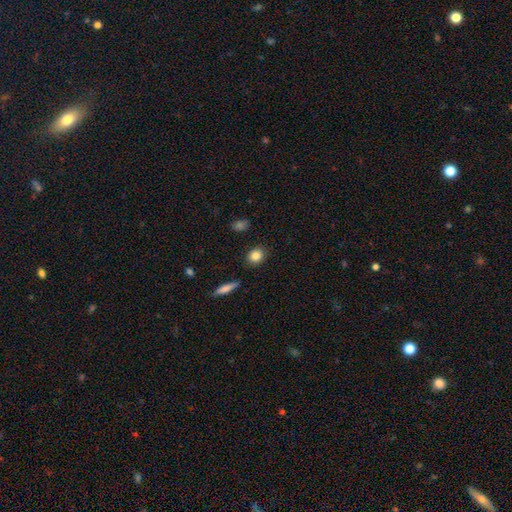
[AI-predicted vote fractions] smooth_or_featured: smooth (p=0.85) [alt: star or artifact p=0.09]
how_rounded: round (p=0.64) [alt: in between p=0.34]
merging: none (p=0.88) [alt: minor disturbance p=0.08]